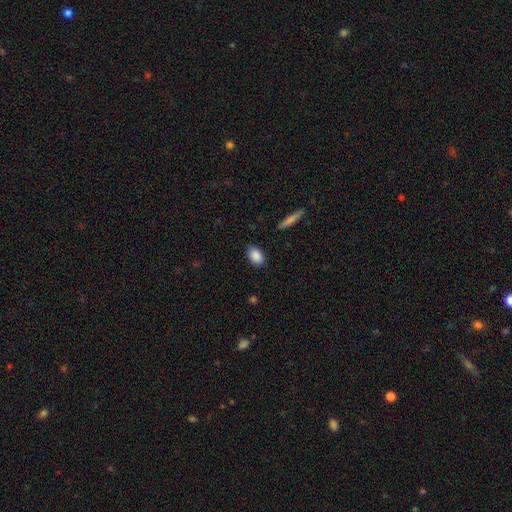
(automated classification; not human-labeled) Smooth or featured?
  - smooth: 88% *
  - star or artifact: 7%
  - featured or disk: 5%
How rounded?
  - in between: 88% *
  - round: 10%
  - cigar-shaped: 2%
Merging?
  - none: 86% *
  - minor disturbance: 11%
  - major disturbance: 2%
  - merger: 1%